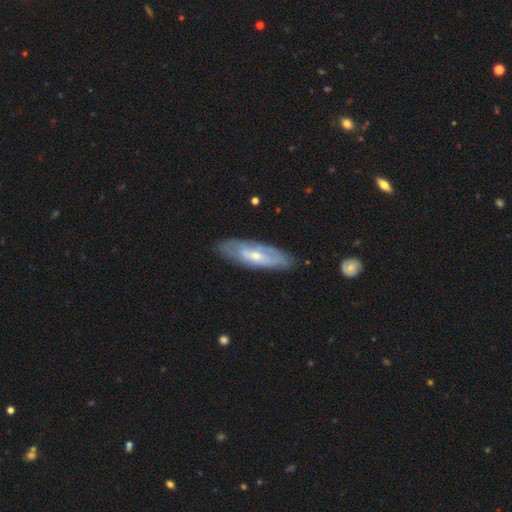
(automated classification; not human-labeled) smooth_or_featured: featured or disk (p=0.64) [alt: smooth p=0.30]
disk_edge_on: no (p=0.73) [alt: yes p=0.27]
merging: none (p=0.77) [alt: minor disturbance p=0.17]